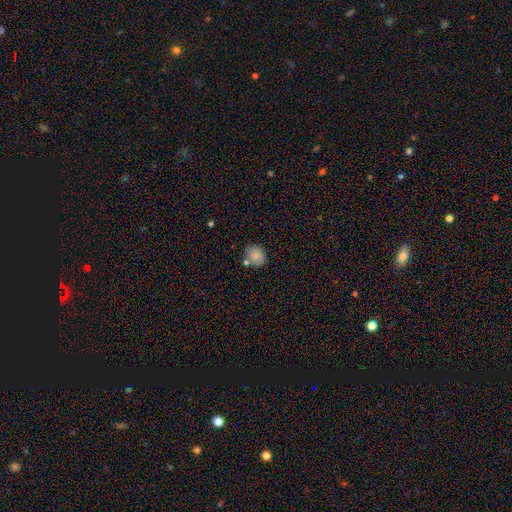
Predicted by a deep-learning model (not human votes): Smooth or featured? Predicted: smooth (p=0.83). How rounded? Predicted: round (p=0.72). Merging? Predicted: none (p=0.71).